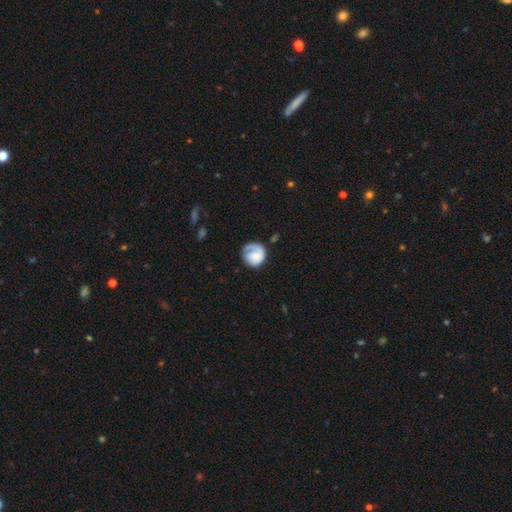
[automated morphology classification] smooth 51%, featured or disk 43%, star or artifact 6%. Down the decision tree: how rounded — round (83%); merging — none (62%).